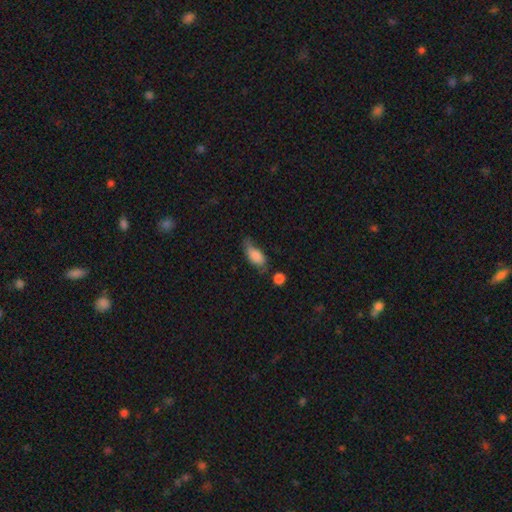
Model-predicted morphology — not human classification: smooth_or_featured: smooth (p=0.72) [alt: featured or disk p=0.20]
how_rounded: in between (p=0.86) [alt: cigar-shaped p=0.10]
merging: none (p=0.44) [alt: minor disturbance p=0.36]